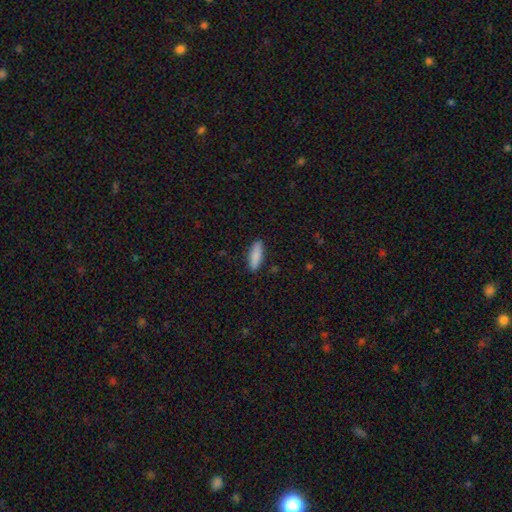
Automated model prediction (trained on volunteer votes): Overall: smooth (87%). How rounded: in between (50%; cigar-shaped 49%). Merging: none (88%).